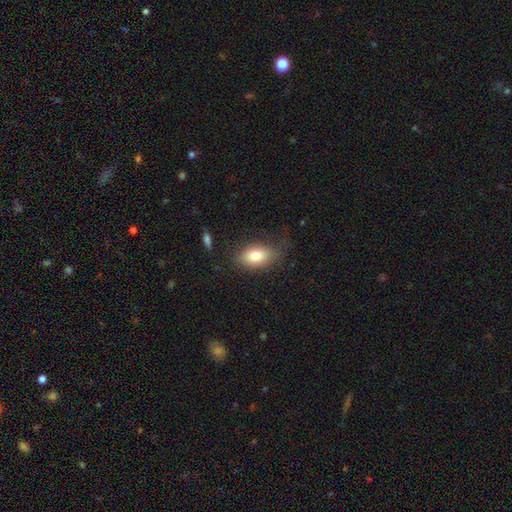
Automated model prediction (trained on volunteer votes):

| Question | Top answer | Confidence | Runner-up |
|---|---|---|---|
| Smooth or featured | smooth | 79% | featured or disk (13%) |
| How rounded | in between | 88% | round (10%) |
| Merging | none | 71% | minor disturbance (19%) |